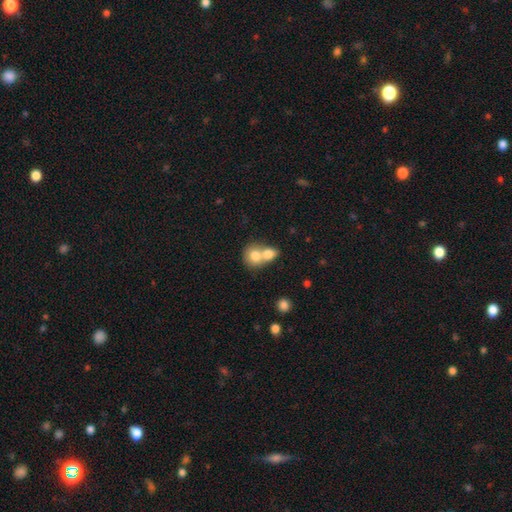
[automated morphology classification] This appears to be a smooth galaxy with no disk features (74%) that is round (65%). Merging: merger (73%).